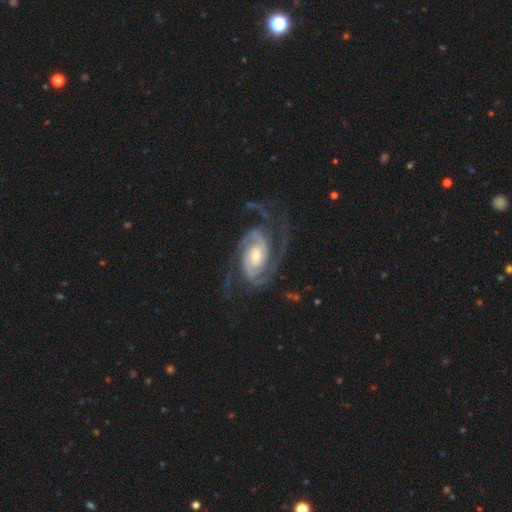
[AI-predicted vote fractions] Morphology: type=featured or disk (93%); edge-on=no (98%); bar=no (45%); spiral arms=yes (99%); winding=tight (56%); arm count=2 (65%); bulge=moderate (52%); merging=none (68%).